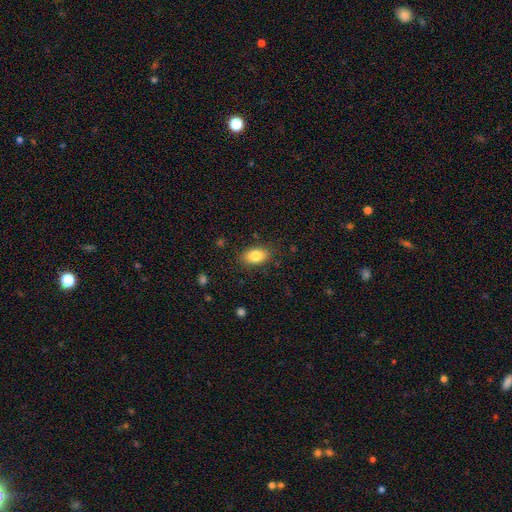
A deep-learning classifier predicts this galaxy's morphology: smooth 82%, featured or disk 10%, star or artifact 8%. Down the decision tree: how rounded — in between (87%); merging — none (85%).